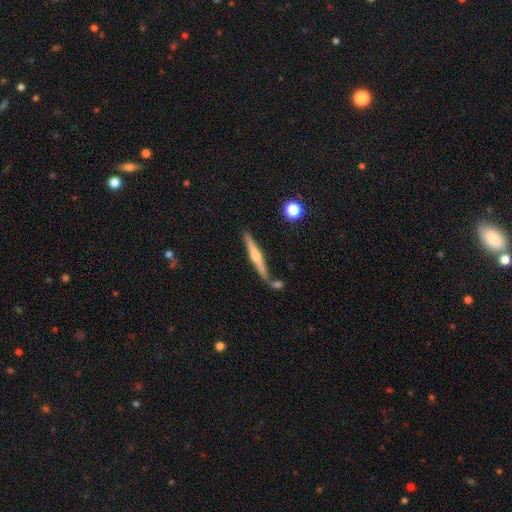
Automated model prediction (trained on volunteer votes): Q: Smooth or featured?
A: featured or disk (64%); runner-up: smooth (30%)
Q: Edge-on disk?
A: yes (97%); runner-up: no (3%)
Q: Edge-on bulge?
A: rounded (83%); runner-up: none (11%)
Q: Merging?
A: none (71%); runner-up: minor disturbance (13%)